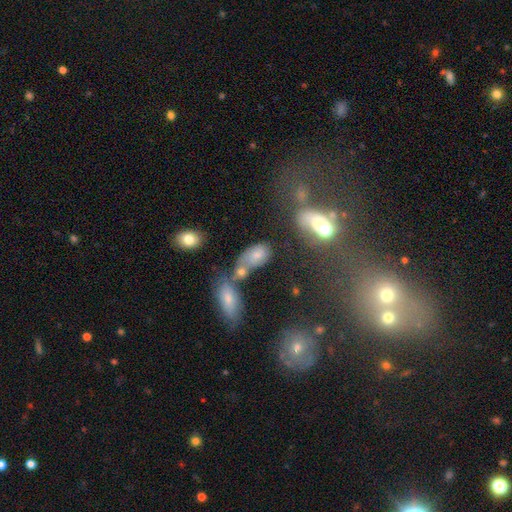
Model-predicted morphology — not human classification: smooth-or-featured: smooth: 62% | featured or disk: 22% | star or artifact: 16%
  how-rounded: in between: 88% | round: 9% | cigar-shaped: 3%
  merging: merger: 35% | none: 32% | minor disturbance: 19% | major disturbance: 13%